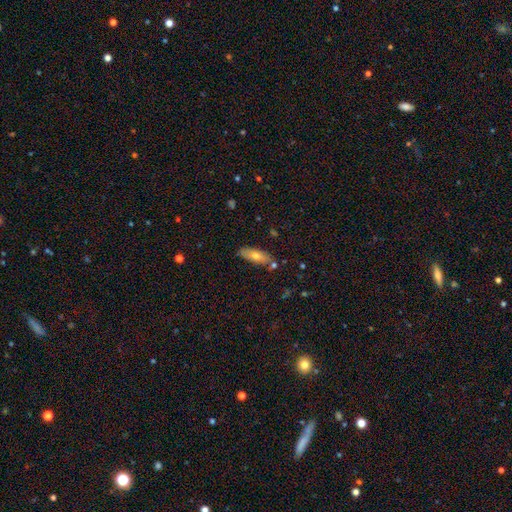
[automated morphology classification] type=smooth (64%); roundness=in between (66%); merging=none (78%).